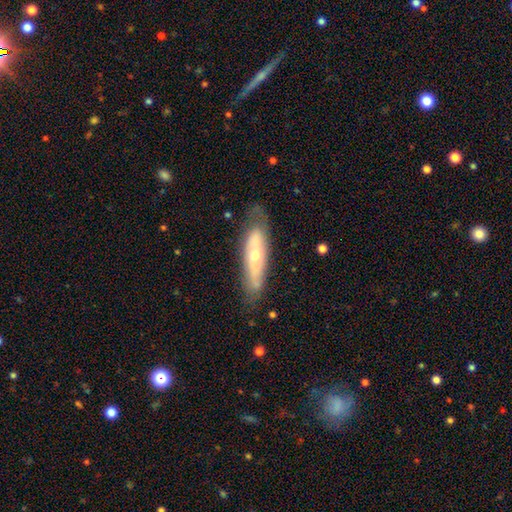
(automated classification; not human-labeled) Smooth or featured?
  - featured or disk: 60% *
  - smooth: 34%
  - star or artifact: 6%
Edge-on disk?
  - no: 65% *
  - yes: 35%
Merging?
  - none: 69% *
  - minor disturbance: 22%
  - major disturbance: 8%
  - merger: 2%